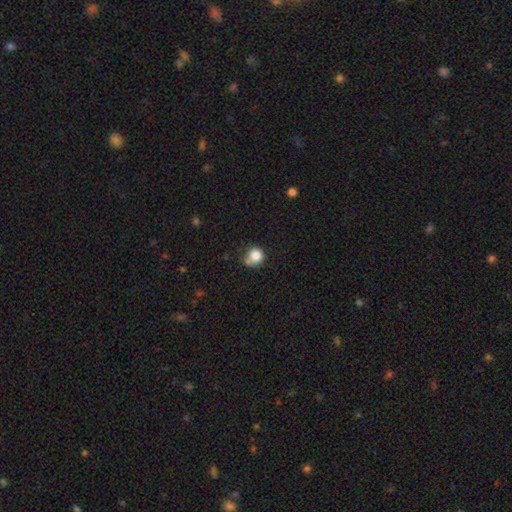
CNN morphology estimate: The model was most divided on "merging": none: 51%, minor disturbance: 29%, merger: 10%, major disturbance: 10%. More confident: how rounded — round (85%); smooth or featured — smooth (83%).